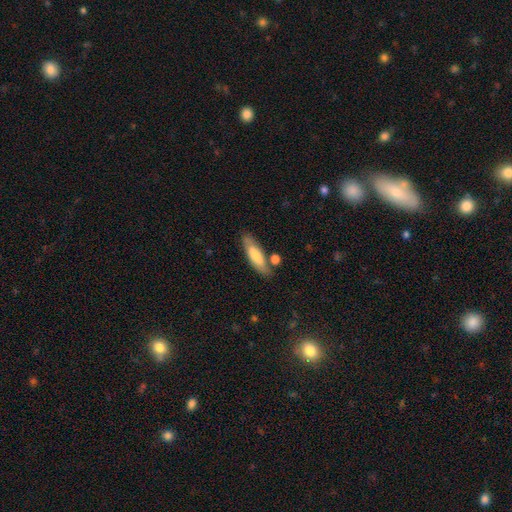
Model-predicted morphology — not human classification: Smooth or featured? Predicted: smooth (p=0.70). How rounded? Predicted: cigar-shaped (p=0.58). Merging? Predicted: none (p=0.70).